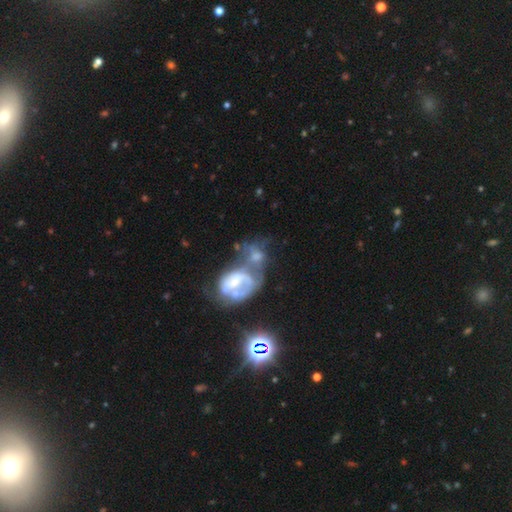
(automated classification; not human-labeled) Smooth or featured?
  - featured or disk: 61% *
  - smooth: 25%
  - star or artifact: 15%
Edge-on disk?
  - no: 96% *
  - yes: 4%
Bar?
  - no: 63% *
  - weak: 27%
  - strong: 10%
Spiral arms?
  - no: 56% *
  - yes: 44%
Bulge size?
  - small: 35% *
  - moderate: 33%
  - none: 24%
  - large: 6%
  - dominant: 2%
Merging?
  - merger: 52% *
  - major disturbance: 21%
  - none: 16%
  - minor disturbance: 11%